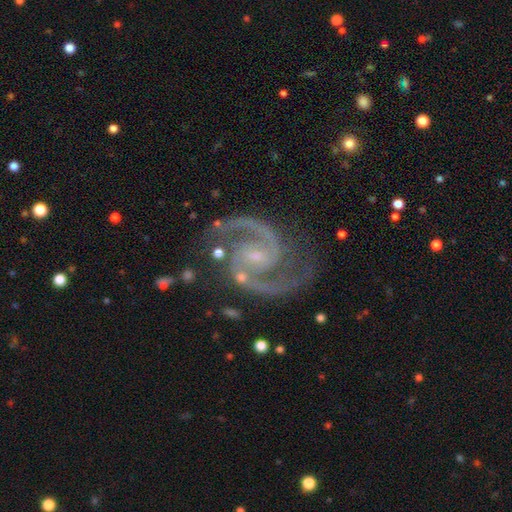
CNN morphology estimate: featured or disk 94%, star or artifact 4%, smooth 2%. Down the decision tree: edge-on disk — no (98%); bar — no (44%); spiral arms — yes (99%); spiral arm count — 2 (94%); spiral winding — medium (69%); bulge size — small (75%); merging — none (79%).